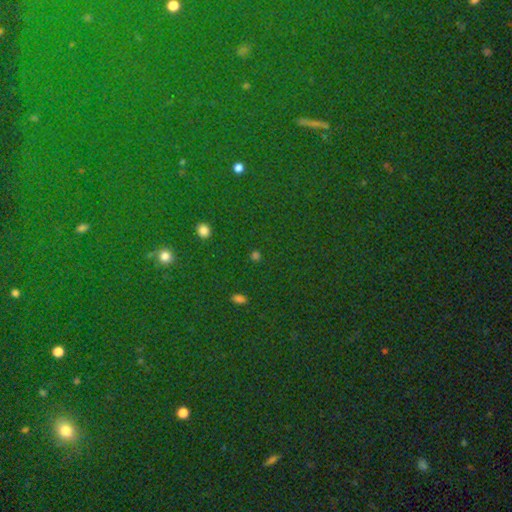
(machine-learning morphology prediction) This appears to be a star or artifact, not a galaxy (75%).